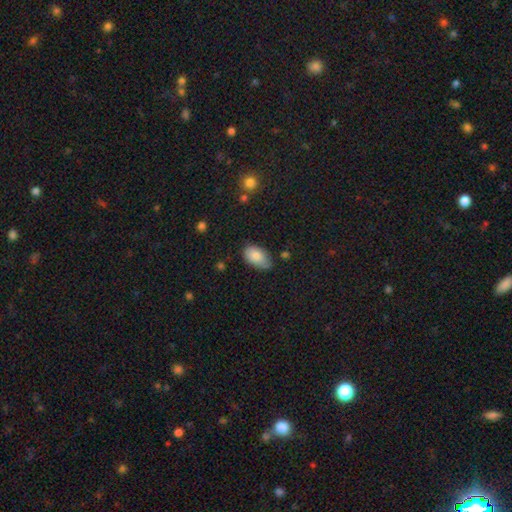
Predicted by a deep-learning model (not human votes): smooth-or-featured: smooth: 83% | featured or disk: 10% | star or artifact: 7%
  how-rounded: in between: 93% | round: 6% | cigar-shaped: 1%
  merging: none: 65% | minor disturbance: 28% | major disturbance: 5% | merger: 2%